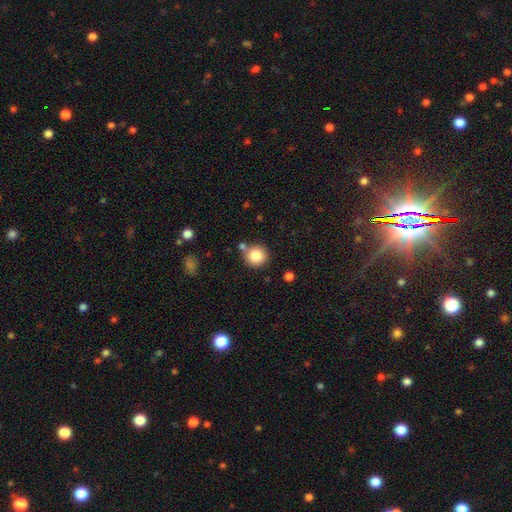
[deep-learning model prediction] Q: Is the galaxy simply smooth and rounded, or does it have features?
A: smooth — 84%.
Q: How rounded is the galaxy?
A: round — 93%.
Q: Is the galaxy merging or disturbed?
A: none — 75%.